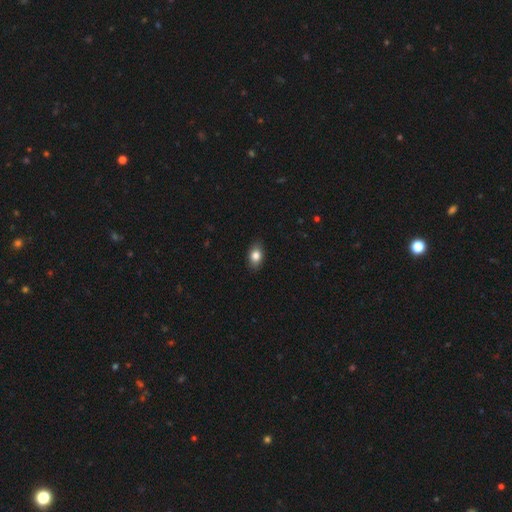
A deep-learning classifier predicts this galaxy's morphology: This appears to be a smooth galaxy with no disk features (83%) that is in between round and cigar-shaped (80%). Merging: none (86%).